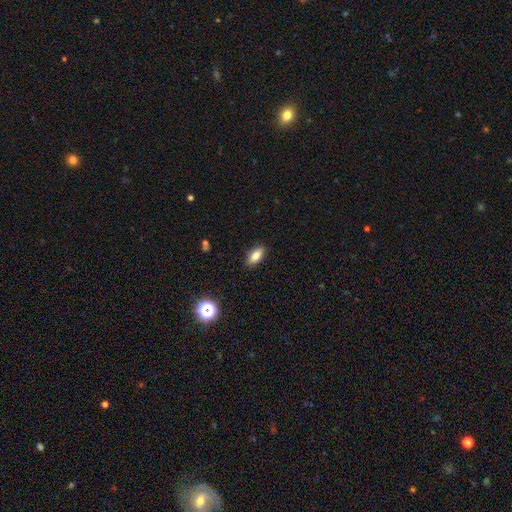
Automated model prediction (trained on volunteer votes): The model was most divided on "how rounded": in between: 84%, cigar-shaped: 12%, round: 4%. More confident: merging — none (88%); smooth or featured — smooth (82%).